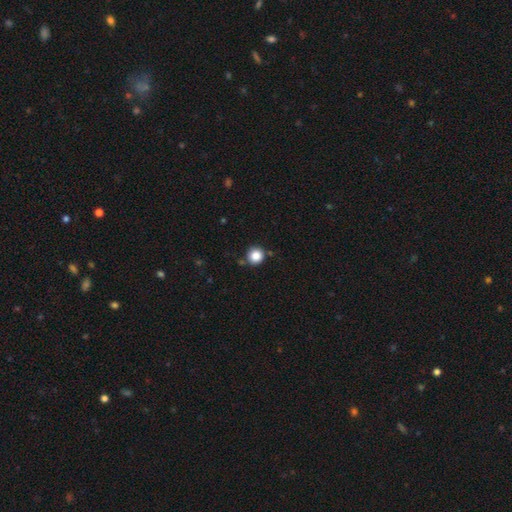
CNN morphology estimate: This appears to be a smooth galaxy with no disk features (85%) that is round (93%). Merging: none (83%).